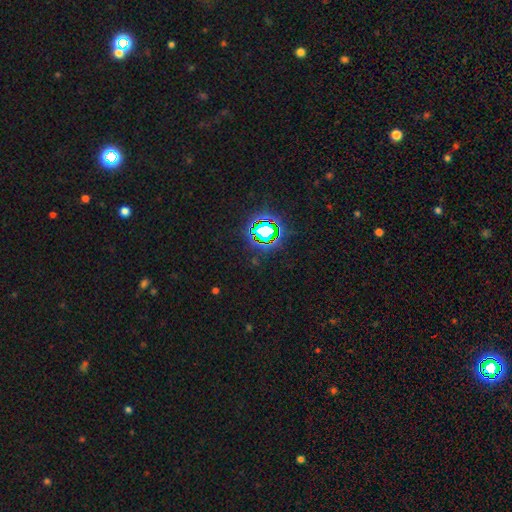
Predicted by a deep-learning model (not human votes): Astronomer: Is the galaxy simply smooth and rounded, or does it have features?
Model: star or artifact — 81%.